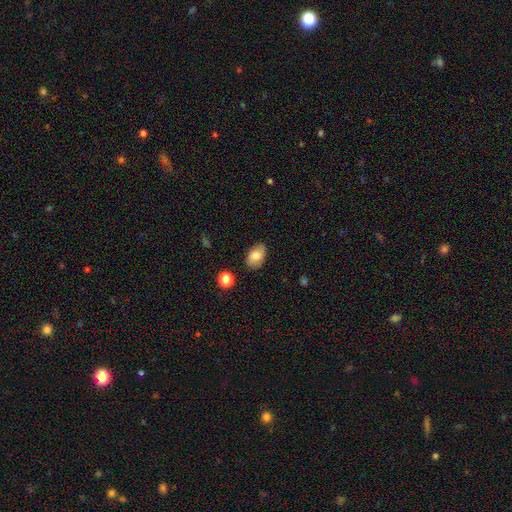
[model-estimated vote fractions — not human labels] Smooth or featured? smooth (78%)
How rounded? in between (89%)
Merging? none (80%)